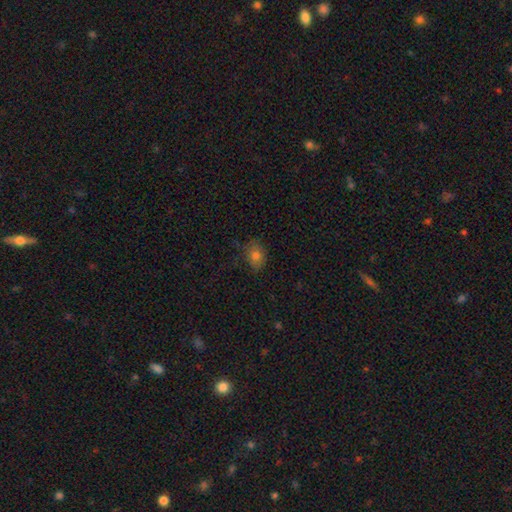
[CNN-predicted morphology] A smooth galaxy with no disk features (77%) that is in between round and cigar-shaped (65%). Merging: none (75%).